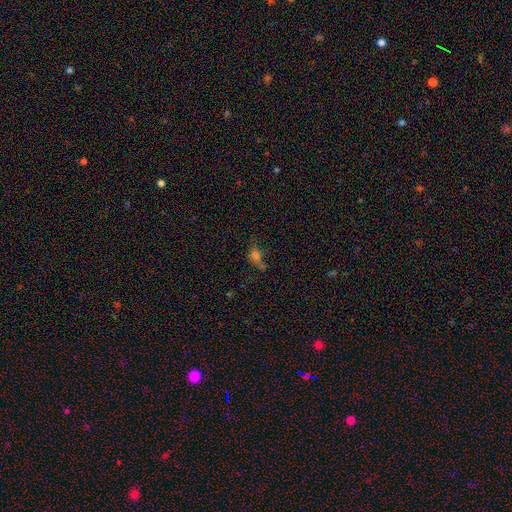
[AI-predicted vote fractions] The model was most divided on "smooth or featured": smooth: 49%, star or artifact: 33%, featured or disk: 19%. Remaining: merging — none (42%).